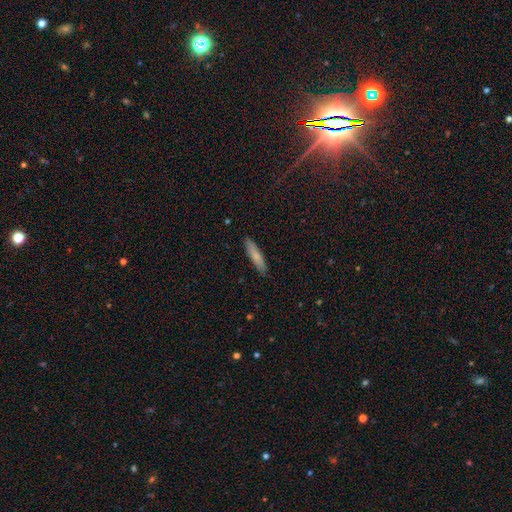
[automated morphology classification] Overall: smooth (76%). How rounded: cigar-shaped (82%). Merging: none (89%).